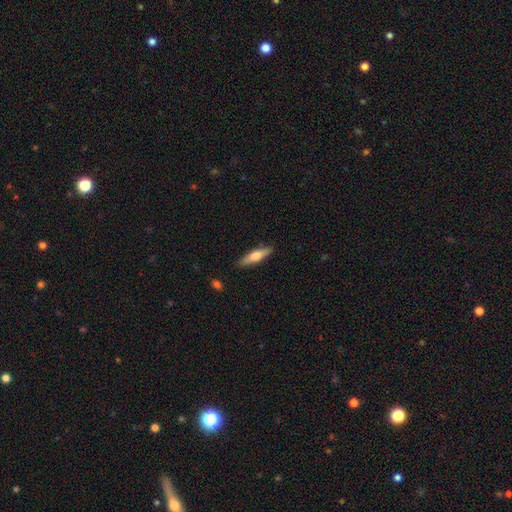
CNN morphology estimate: smooth 55%, featured or disk 39%, star or artifact 6%. Down the decision tree: how rounded — cigar-shaped (71%); merging — none (88%).